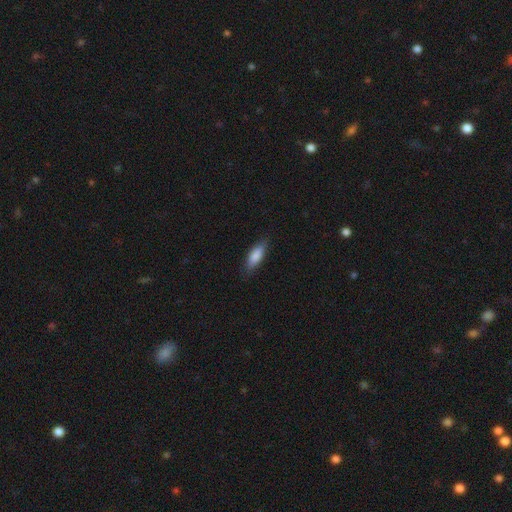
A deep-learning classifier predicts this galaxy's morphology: Smooth or featured?
  - smooth: 85% *
  - featured or disk: 9%
  - star or artifact: 6%
How rounded?
  - in between: 68% *
  - cigar-shaped: 30%
  - round: 2%
Merging?
  - none: 82% *
  - minor disturbance: 14%
  - major disturbance: 3%
  - merger: 1%